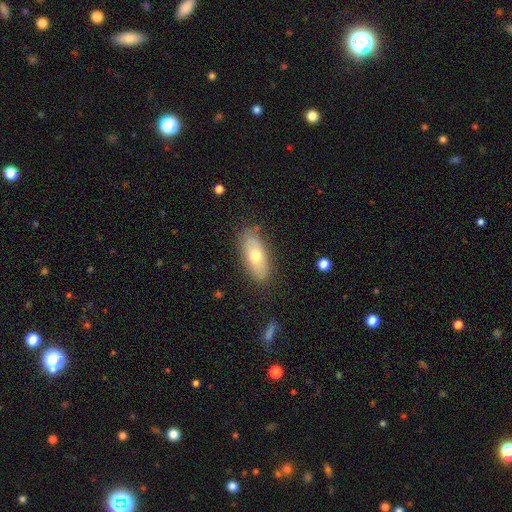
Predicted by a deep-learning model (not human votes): smooth_or_featured: smooth (p=0.58) [alt: featured or disk p=0.35]
how_rounded: in between (p=0.84) [alt: cigar-shaped p=0.12]
merging: none (p=0.83) [alt: minor disturbance p=0.12]